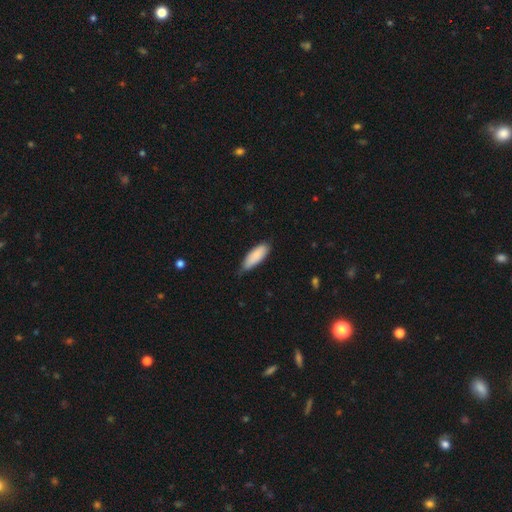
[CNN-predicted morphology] Smooth or featured? Predicted: smooth (p=0.87). How rounded? Predicted: in between (p=0.66). Merging? Predicted: none (p=0.65).